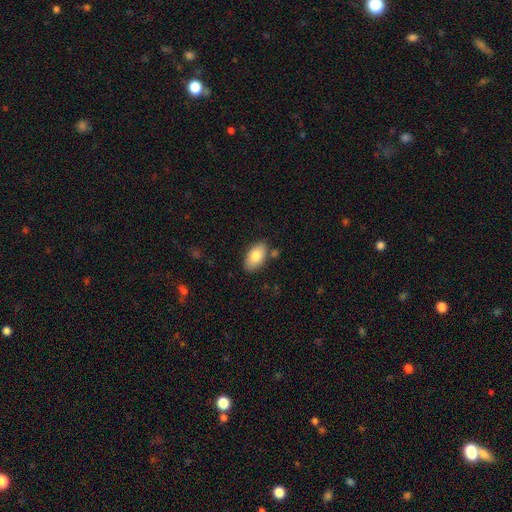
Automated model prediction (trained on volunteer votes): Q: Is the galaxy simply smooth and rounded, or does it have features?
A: smooth — 82%.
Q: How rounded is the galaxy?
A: in between — 94%.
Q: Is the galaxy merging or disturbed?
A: none — 80%.